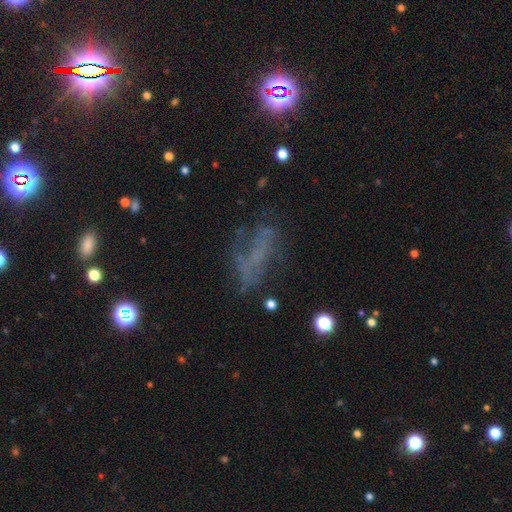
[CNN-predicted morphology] Smooth or featured? Predicted: featured or disk (p=0.37). Merging? Predicted: none (p=0.52).